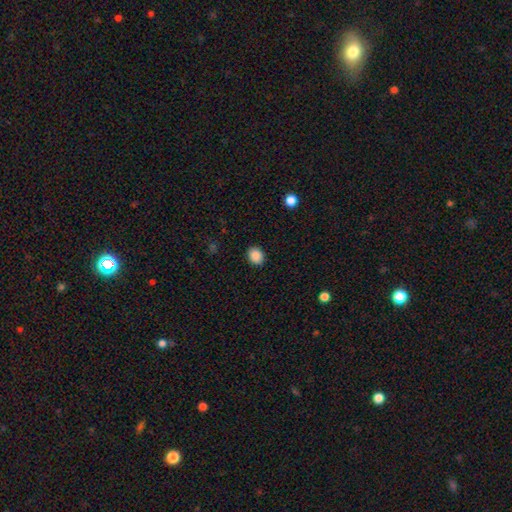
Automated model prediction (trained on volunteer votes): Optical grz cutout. It shows a smooth galaxy with no disk features (88%) that is round (50%). Merging: none (90%).